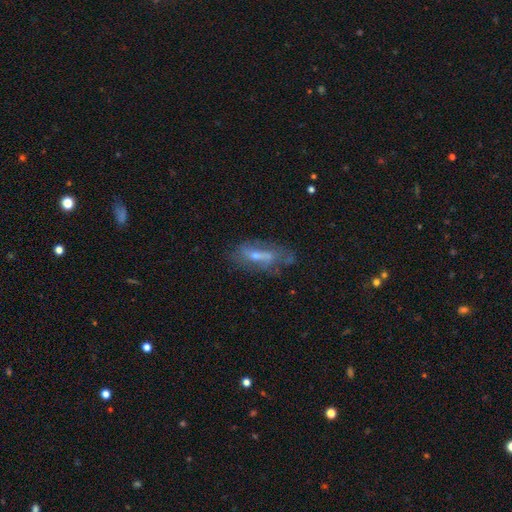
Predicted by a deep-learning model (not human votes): A featured or disk galaxy (60%).

Vote fractions:
- Smooth or featured? featured or disk: 60% / smooth: 30% / star or artifact: 10%
- Edge-on disk? no: 77% / yes: 23%
- Merging? none: 54% / minor disturbance: 25% / major disturbance: 16% / merger: 5%